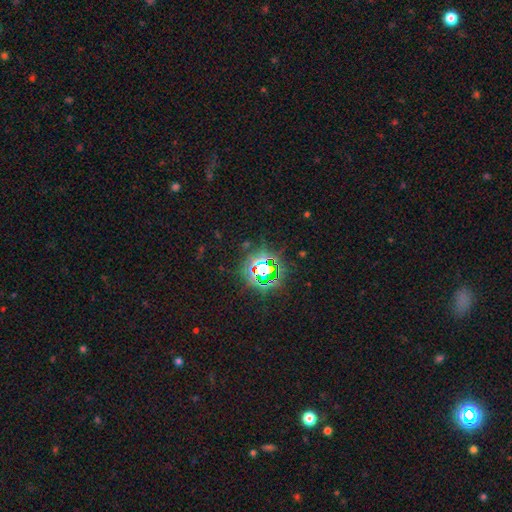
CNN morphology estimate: smooth-or-featured: star or artifact: 82% | smooth: 12% | featured or disk: 6%